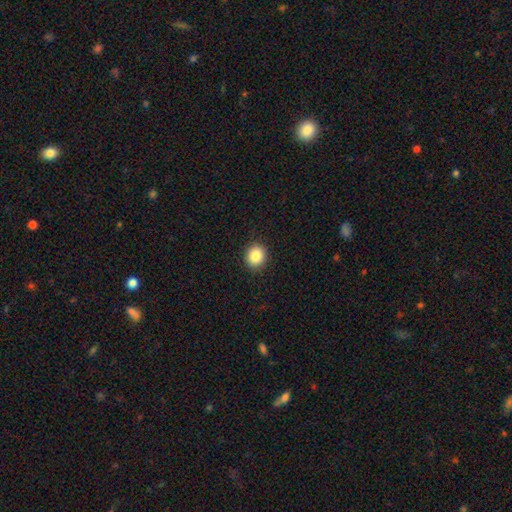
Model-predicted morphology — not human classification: type=smooth (86%); roundness=round (78%); merging=none (91%).